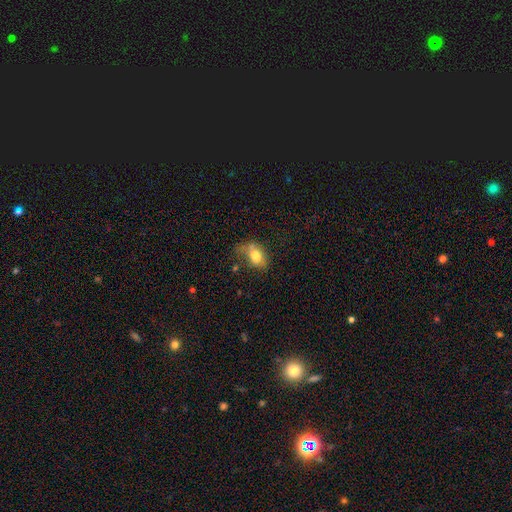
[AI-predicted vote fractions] This is likely a smooth galaxy (72%). How rounded: clearly in between (82%). Merging: marginally minor disturbance (30%).